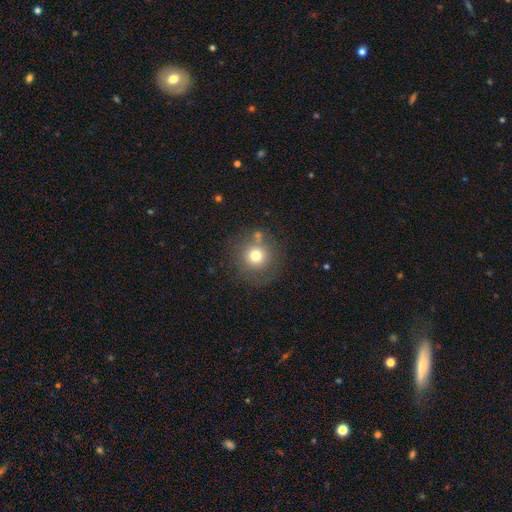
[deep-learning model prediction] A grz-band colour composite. It shows a smooth galaxy with no disk features (74%) that is round (94%). Merging: none (77%).